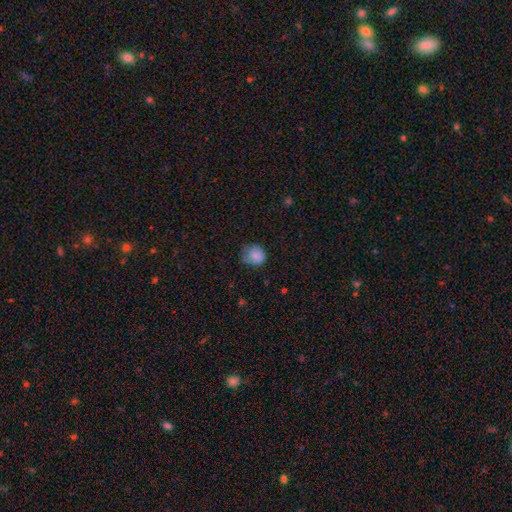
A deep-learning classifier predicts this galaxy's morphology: Smooth or featured?
  - smooth: 82% *
  - featured or disk: 10%
  - star or artifact: 8%
How rounded?
  - round: 79% *
  - in between: 21%
  - cigar-shaped: 1%
Merging?
  - none: 58% *
  - minor disturbance: 30%
  - major disturbance: 10%
  - merger: 1%